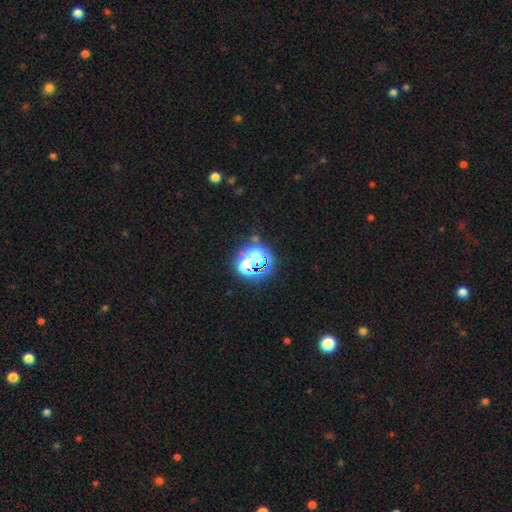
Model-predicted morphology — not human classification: smooth-or-featured: star or artifact: 74% | smooth: 18% | featured or disk: 8%